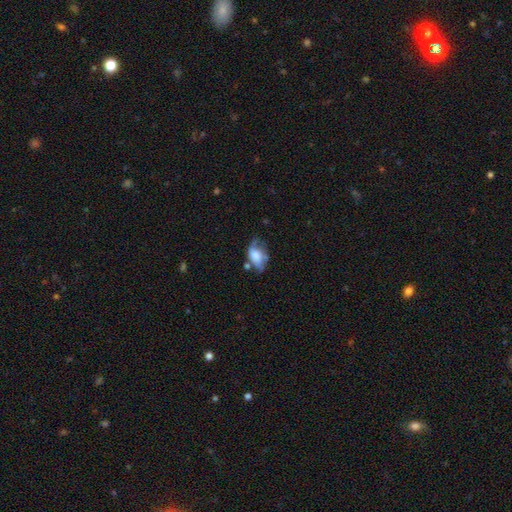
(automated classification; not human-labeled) smooth 59%, featured or disk 33%, star or artifact 9%. Down the decision tree: how rounded — in between (88%); merging — none (32%, tied with minor disturbance).